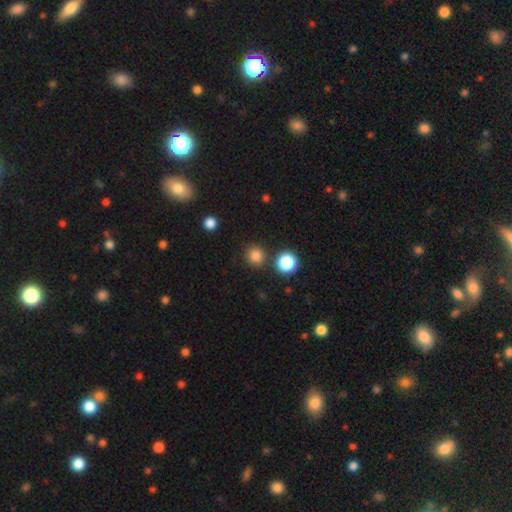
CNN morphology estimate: type=smooth (83%); roundness=round (91%); merging=none (83%).